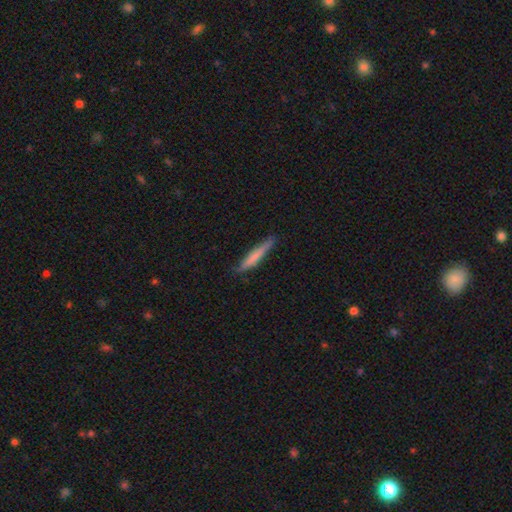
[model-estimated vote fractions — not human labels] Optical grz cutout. It shows a smooth galaxy with no disk features (65%) that is cigar-shaped (94%). Merging: none (82%).